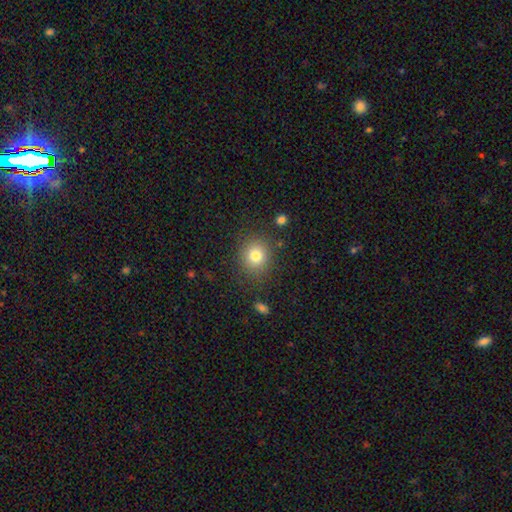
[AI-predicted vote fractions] Smooth or featured?
  - smooth: 79% *
  - star or artifact: 12%
  - featured or disk: 9%
How rounded?
  - round: 79% *
  - in between: 20%
  - cigar-shaped: 1%
Merging?
  - none: 83% *
  - minor disturbance: 10%
  - major disturbance: 4%
  - merger: 2%